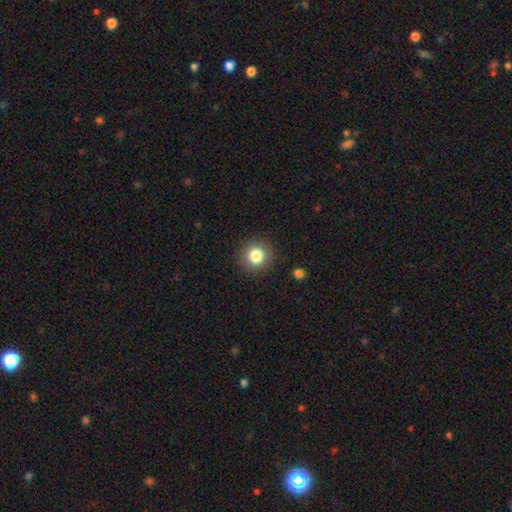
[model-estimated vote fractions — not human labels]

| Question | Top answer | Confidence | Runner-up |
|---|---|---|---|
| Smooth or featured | smooth | 83% | star or artifact (11%) |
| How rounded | round | 92% | in between (7%) |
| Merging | none | 88% | minor disturbance (7%) |